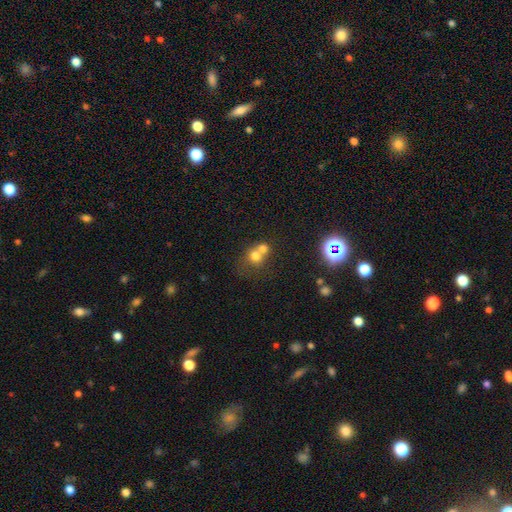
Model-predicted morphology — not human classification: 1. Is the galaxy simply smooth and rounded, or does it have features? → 69% smooth, 17% featured or disk, 15% star or artifact.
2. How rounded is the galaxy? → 75% round, 24% in between, 1% cigar-shaped.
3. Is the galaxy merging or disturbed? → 61% merger, 29% none, 6% minor disturbance, 4% major disturbance.